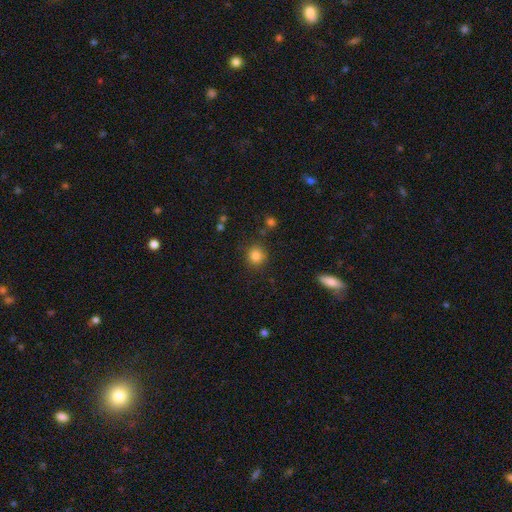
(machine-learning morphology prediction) Overall: smooth (84%). How rounded: round (90%). Merging: none (87%).